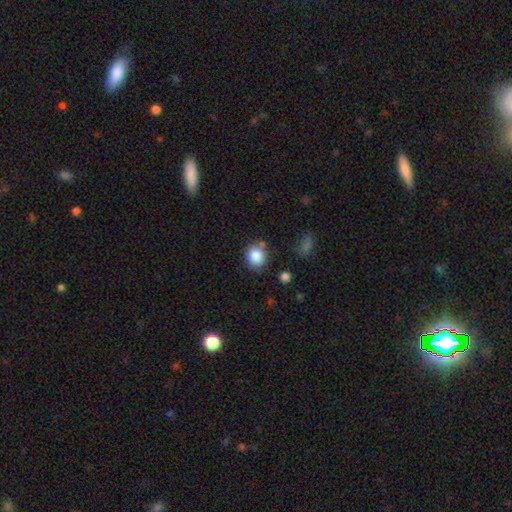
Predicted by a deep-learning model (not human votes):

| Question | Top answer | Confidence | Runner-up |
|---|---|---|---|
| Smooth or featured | smooth | 85% | star or artifact (9%) |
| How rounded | round | 82% | in between (17%) |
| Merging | none | 75% | minor disturbance (14%) |